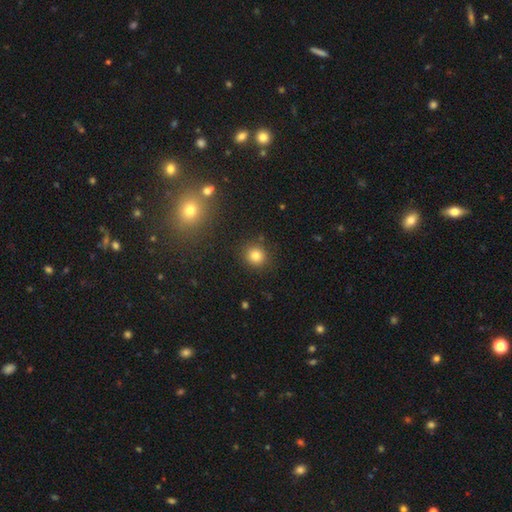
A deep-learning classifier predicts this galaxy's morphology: Q: Smooth or featured?
A: smooth (80%); runner-up: star or artifact (13%)
Q: How rounded?
A: round (89%); runner-up: in between (10%)
Q: Merging?
A: none (87%); runner-up: minor disturbance (7%)